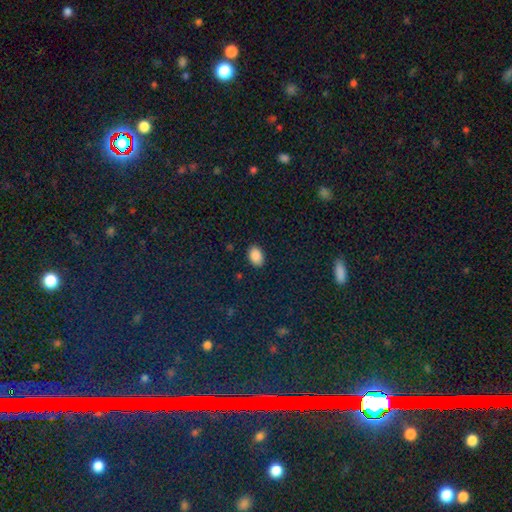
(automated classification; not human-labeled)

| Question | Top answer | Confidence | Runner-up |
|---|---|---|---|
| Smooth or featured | smooth | 88% | star or artifact (9%) |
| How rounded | in between | 87% | round (12%) |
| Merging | none | 88% | minor disturbance (8%) |